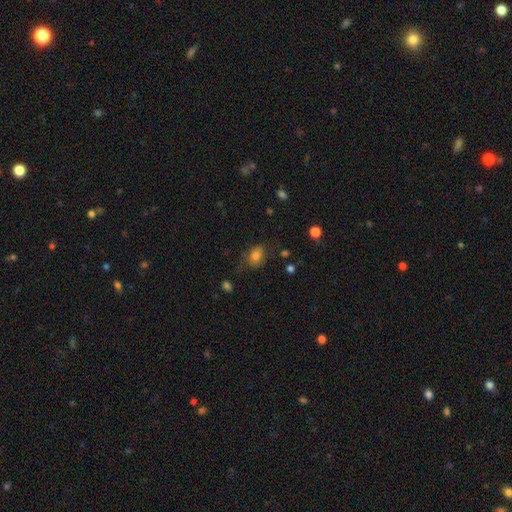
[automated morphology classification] type=smooth (77%); roundness=in between (60%); merging=none (65%).